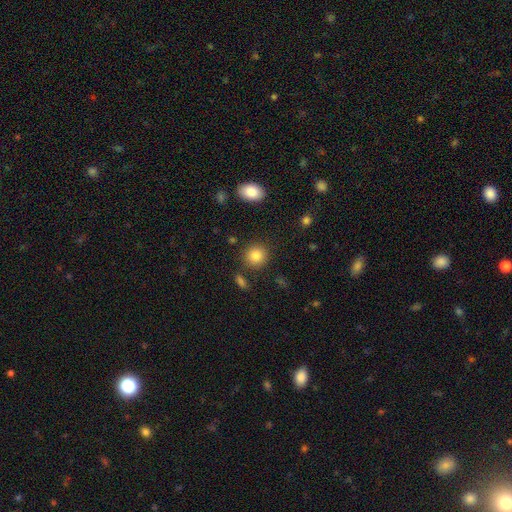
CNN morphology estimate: This is clearly a smooth galaxy (85%). How rounded: clearly round (88%). Merging: clearly none (87%).